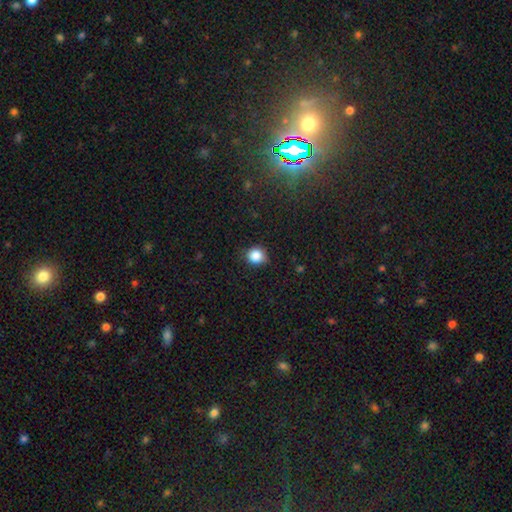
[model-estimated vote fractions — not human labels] Overall: smooth (86%). How rounded: round (81%). Merging: none (81%).